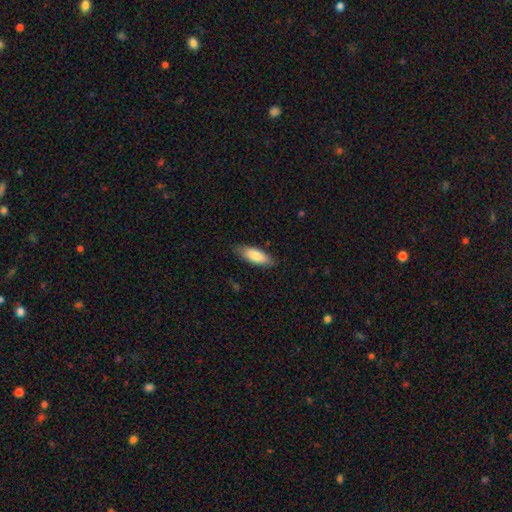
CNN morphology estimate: This is clearly a smooth galaxy (81%). How rounded: likely in between (64%). Merging: clearly none (83%).